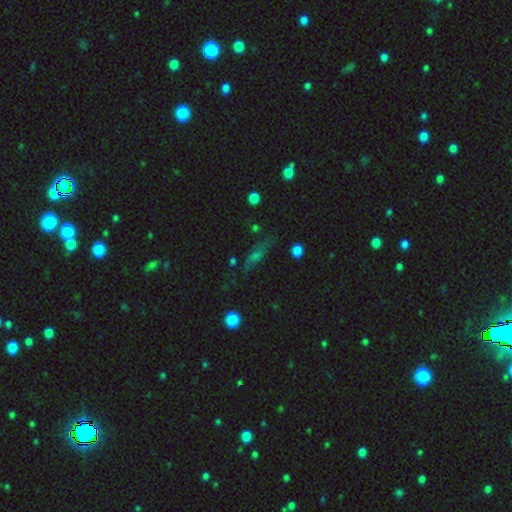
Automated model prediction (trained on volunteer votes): This appears to be a smooth galaxy with no disk features (37%). Merging: none (71%).